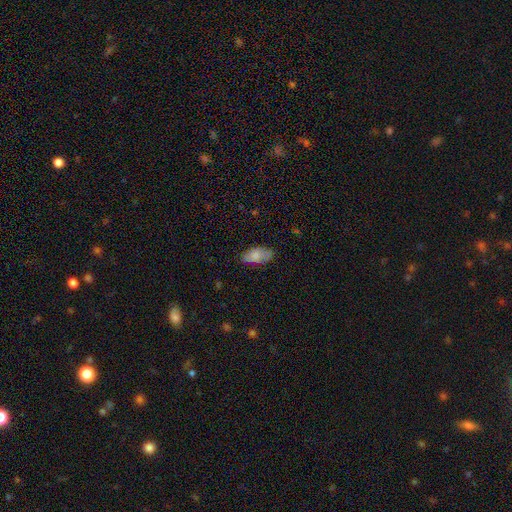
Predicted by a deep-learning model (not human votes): Q: Smooth or featured?
A: smooth (78%); runner-up: featured or disk (15%)
Q: How rounded?
A: in between (92%); runner-up: cigar-shaped (6%)
Q: Merging?
A: none (74%); runner-up: minor disturbance (21%)